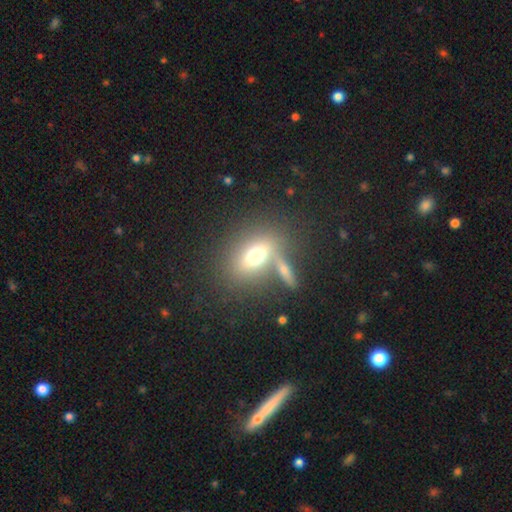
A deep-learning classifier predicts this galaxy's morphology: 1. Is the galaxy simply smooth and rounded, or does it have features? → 66% smooth, 23% featured or disk, 11% star or artifact.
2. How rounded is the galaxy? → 71% in between, 21% round, 8% cigar-shaped.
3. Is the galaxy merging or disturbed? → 57% none, 25% merger, 12% minor disturbance, 7% major disturbance.